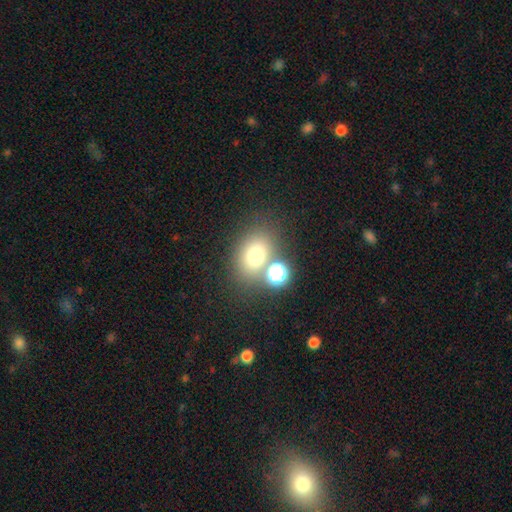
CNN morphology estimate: A smooth galaxy with no disk features (73%) that is in between round and cigar-shaped (60%). Merging: none (64%).